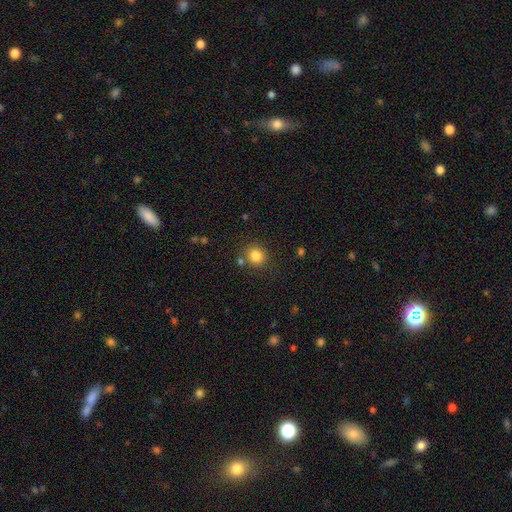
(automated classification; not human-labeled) smooth_or_featured: smooth (p=0.84) [alt: star or artifact p=0.11]
how_rounded: round (p=0.88) [alt: in between p=0.11]
merging: none (p=0.81) [alt: minor disturbance p=0.09]